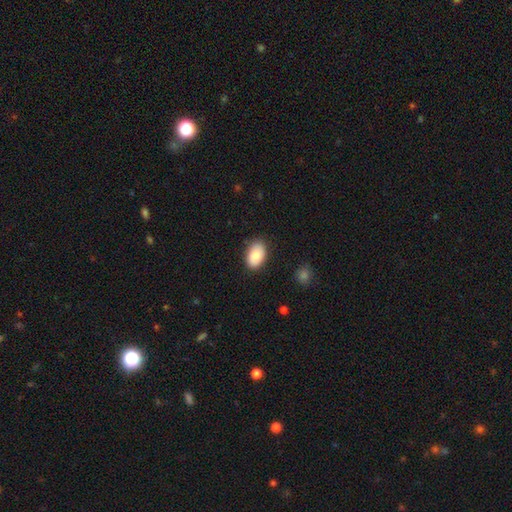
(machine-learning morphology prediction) A smooth galaxy with no disk features (85%) that is in between round and cigar-shaped (91%). Merging: none (84%).